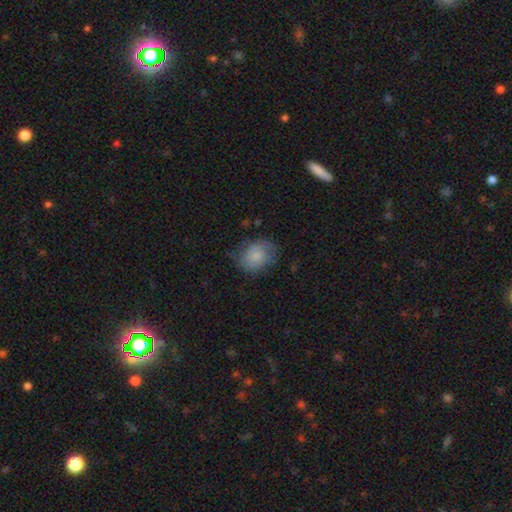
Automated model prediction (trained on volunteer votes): smooth_or_featured: smooth (p=0.74) [alt: featured or disk p=0.19]
how_rounded: in between (p=0.57) [alt: round p=0.42]
merging: none (p=0.59) [alt: minor disturbance p=0.28]